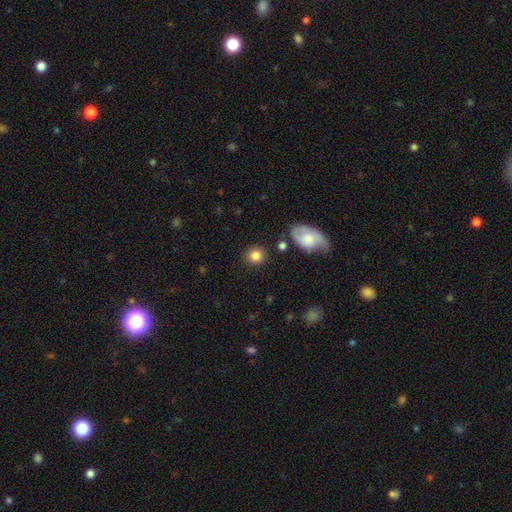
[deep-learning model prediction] This is clearly a smooth galaxy (84%). How rounded: clearly round (87%). Merging: clearly none (85%).